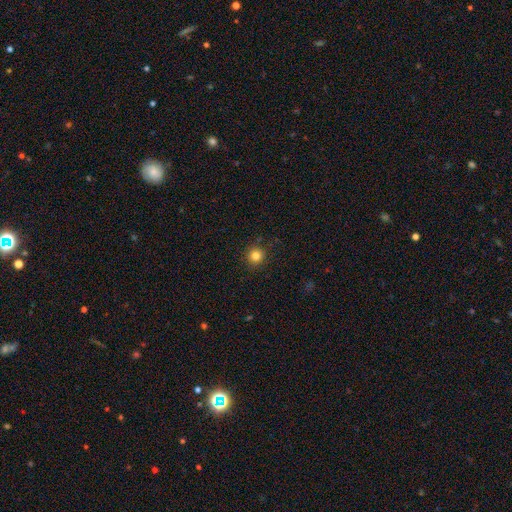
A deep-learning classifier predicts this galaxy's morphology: The model was most divided on "smooth or featured": smooth: 83%, star or artifact: 13%, featured or disk: 5%. More confident: how rounded — round (94%); merging — none (90%).